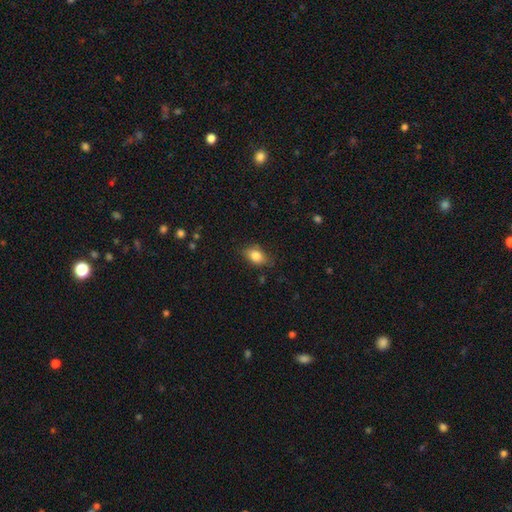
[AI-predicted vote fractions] Smooth or featured? Predicted: smooth (p=0.84). How rounded? Predicted: in between (p=0.81). Merging? Predicted: none (p=0.73).